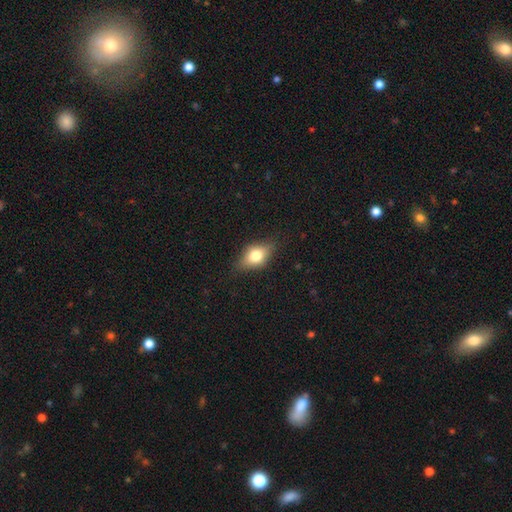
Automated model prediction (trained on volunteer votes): Smooth or featured?
  - smooth: 68% *
  - featured or disk: 23%
  - star or artifact: 9%
How rounded?
  - in between: 77% *
  - round: 17%
  - cigar-shaped: 6%
Merging?
  - none: 79% *
  - minor disturbance: 16%
  - major disturbance: 4%
  - merger: 1%